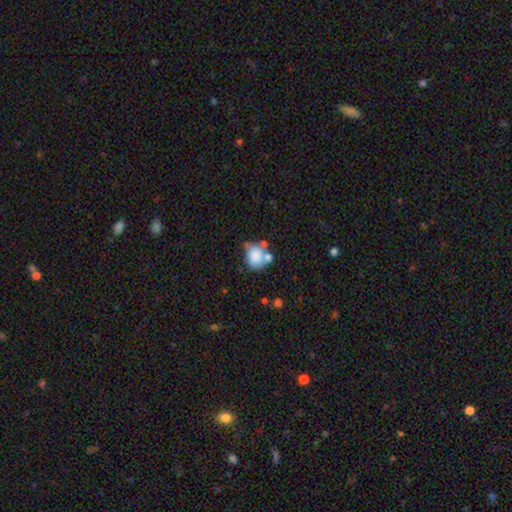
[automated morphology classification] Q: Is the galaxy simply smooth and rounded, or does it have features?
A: smooth — 77%.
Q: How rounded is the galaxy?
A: round — 65%.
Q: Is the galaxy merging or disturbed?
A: none — 36%.